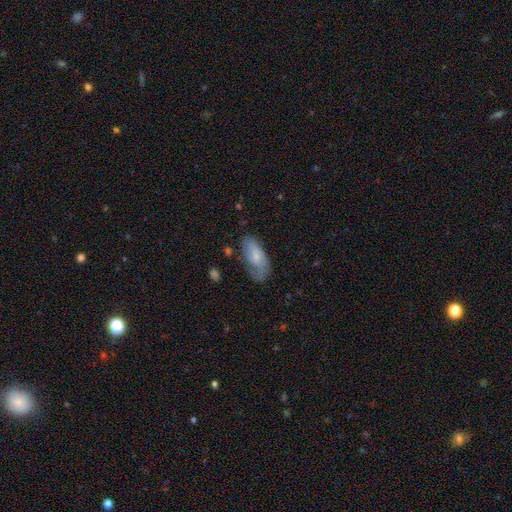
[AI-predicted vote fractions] Overall: smooth (64%; featured or disk 29%). How rounded: in between (87%). Merging: none (54%; minor disturbance 30%).